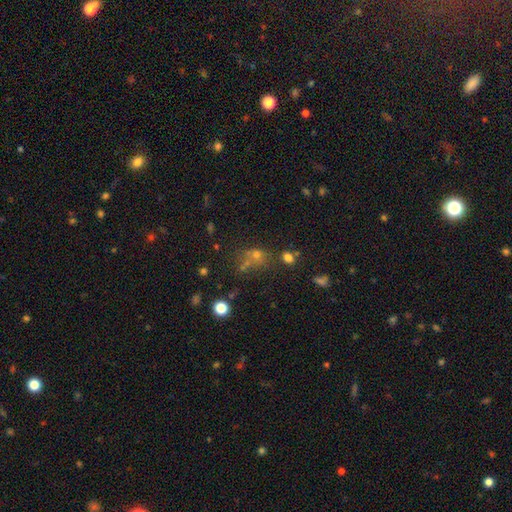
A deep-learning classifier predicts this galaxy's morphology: smooth-or-featured: smooth: 48% | star or artifact: 39% | featured or disk: 14%
  merging: none: 50% | merger: 25% | minor disturbance: 14% | major disturbance: 11%